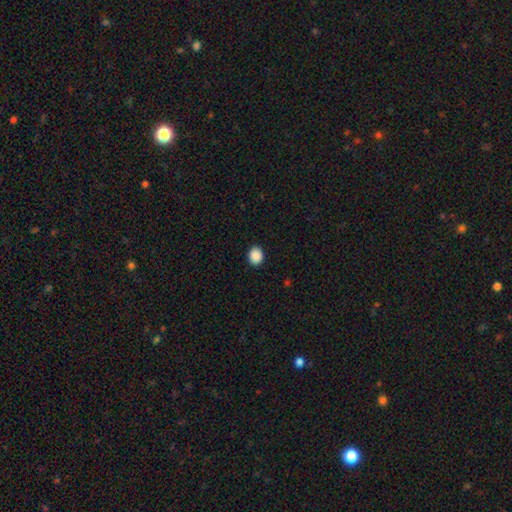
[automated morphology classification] This is clearly a smooth galaxy (89%). How rounded: likely round (67%). Merging: clearly none (91%).